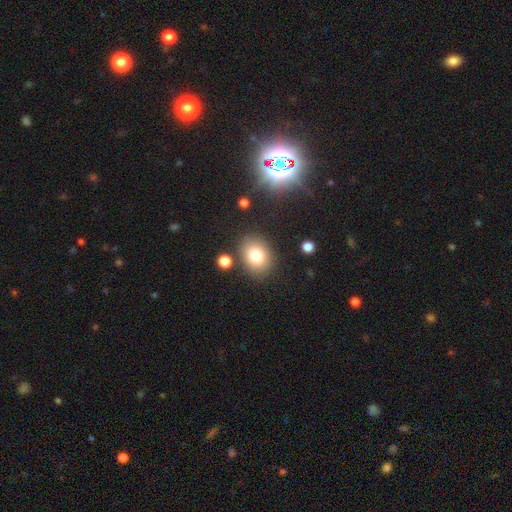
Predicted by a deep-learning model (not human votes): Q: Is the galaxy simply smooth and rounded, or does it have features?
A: smooth — 79%.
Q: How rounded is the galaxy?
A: in between — 56%.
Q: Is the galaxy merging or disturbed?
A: none — 82%.